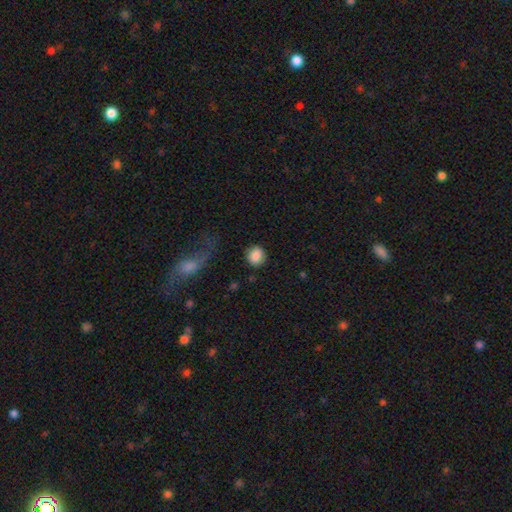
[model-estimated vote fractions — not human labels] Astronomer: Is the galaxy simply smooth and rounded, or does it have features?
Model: smooth — 86%.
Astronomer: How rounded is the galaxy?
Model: round — 80%.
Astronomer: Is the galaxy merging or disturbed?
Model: none — 82%.